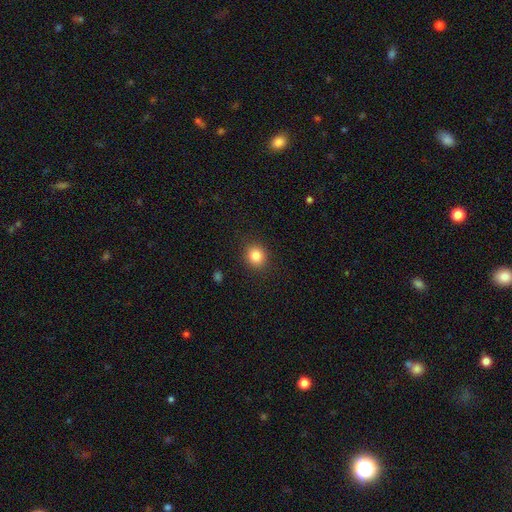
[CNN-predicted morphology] This is clearly a smooth galaxy (84%). How rounded: clearly round (84%). Merging: clearly none (90%).